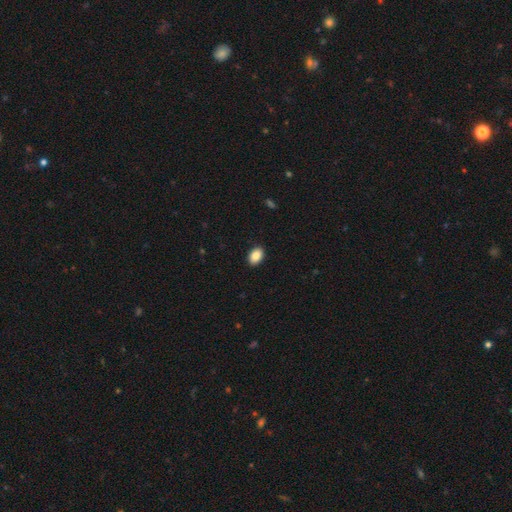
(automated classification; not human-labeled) Smooth or featured?
  - smooth: 87% *
  - star or artifact: 8%
  - featured or disk: 6%
How rounded?
  - in between: 87% *
  - round: 12%
  - cigar-shaped: 1%
Merging?
  - none: 91% *
  - minor disturbance: 7%
  - major disturbance: 2%
  - merger: 1%